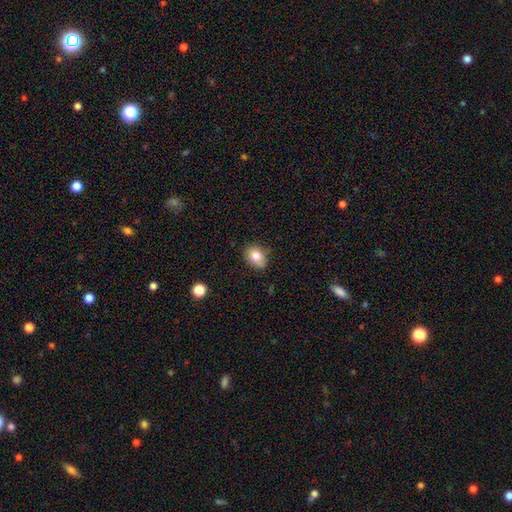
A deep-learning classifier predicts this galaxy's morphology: type=smooth (81%); roundness=in between (59%); merging=none (73%).